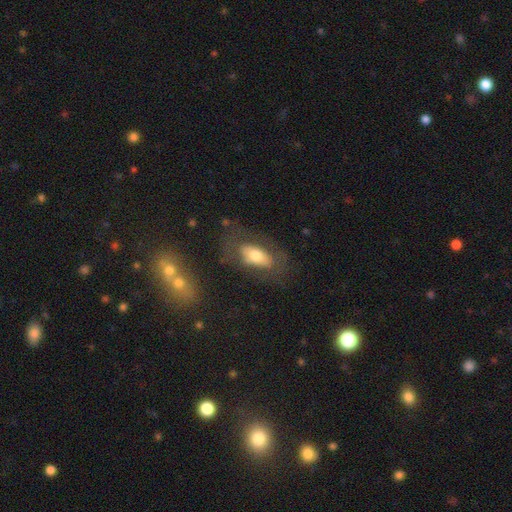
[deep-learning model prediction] Q: Smooth or featured?
A: smooth (58%); runner-up: featured or disk (34%)
Q: How rounded?
A: in between (87%); runner-up: cigar-shaped (9%)
Q: Merging?
A: none (63%); runner-up: minor disturbance (19%)